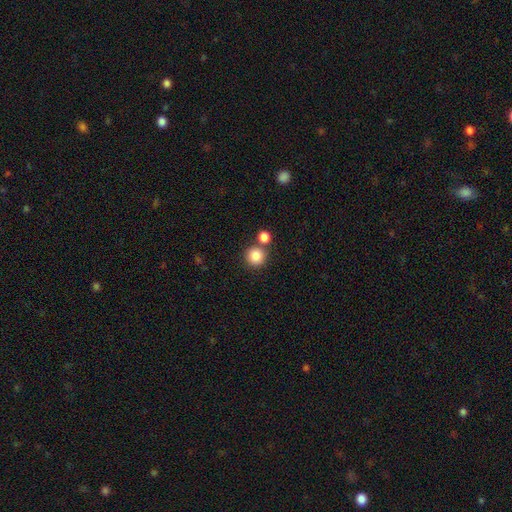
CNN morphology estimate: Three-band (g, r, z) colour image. It shows a smooth galaxy with no disk features (85%) that is round (93%). Merging: none (70%).